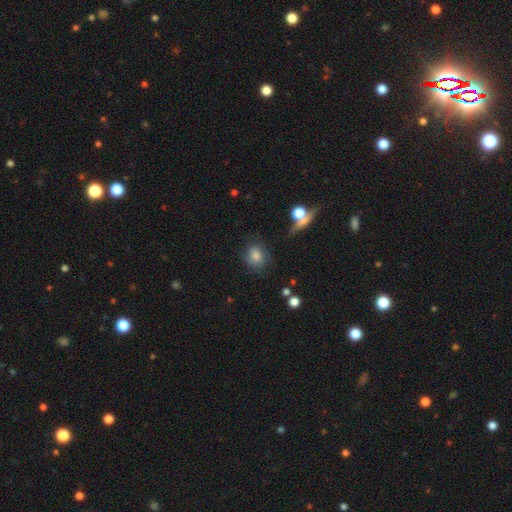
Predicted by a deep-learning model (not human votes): A smooth galaxy with no disk features (70%) that is round (64%). Merging: none (75%).